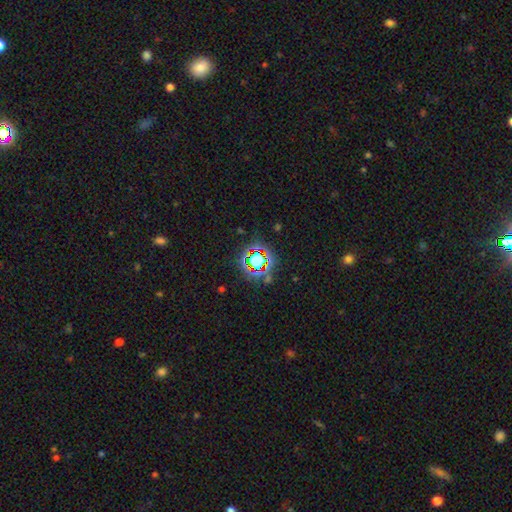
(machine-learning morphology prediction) A star or artifact, not a galaxy (74%).

Vote fractions:
- Smooth or featured? star or artifact: 74% / smooth: 16% / featured or disk: 10%